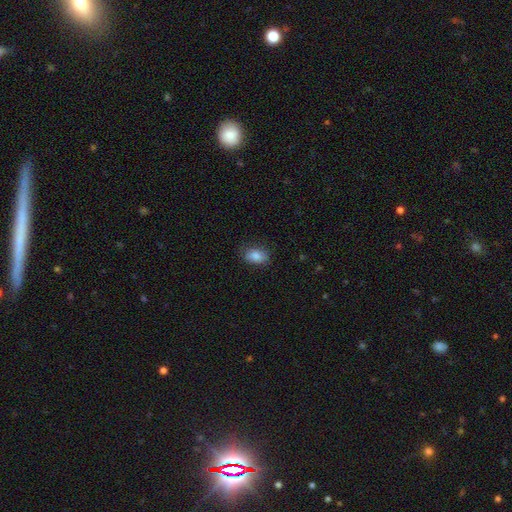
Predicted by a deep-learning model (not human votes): The model was most divided on "merging": none: 79%, minor disturbance: 16%, major disturbance: 4%, merger: 1%. More confident: smooth or featured — smooth (84%); how rounded — in between (84%).